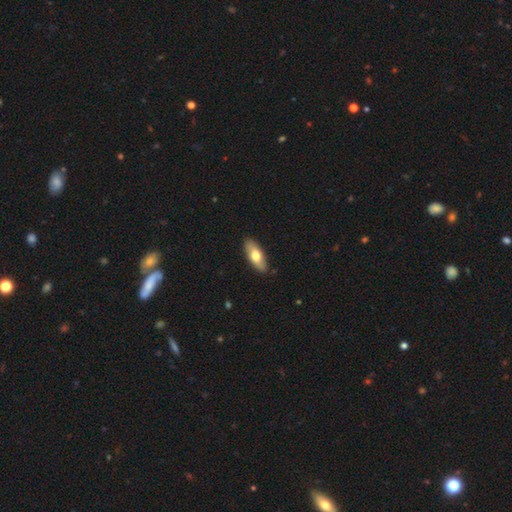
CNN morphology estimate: The model was most divided on "smooth or featured": smooth: 65%, featured or disk: 30%, star or artifact: 5%. More confident: merging — none (87%); how rounded — in between (79%).